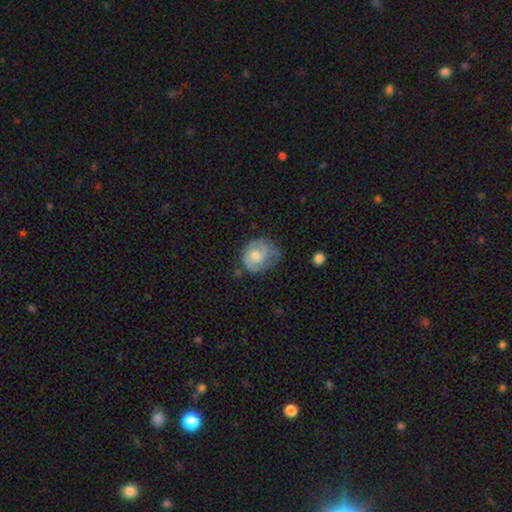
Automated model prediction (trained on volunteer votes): Morphology: type=featured or disk (68%); edge-on=no (98%); bar=no (64%); spiral arms=yes (89%); winding=tight (45%); arm count=2 (67%); bulge=moderate (55%); merging=none (54%).